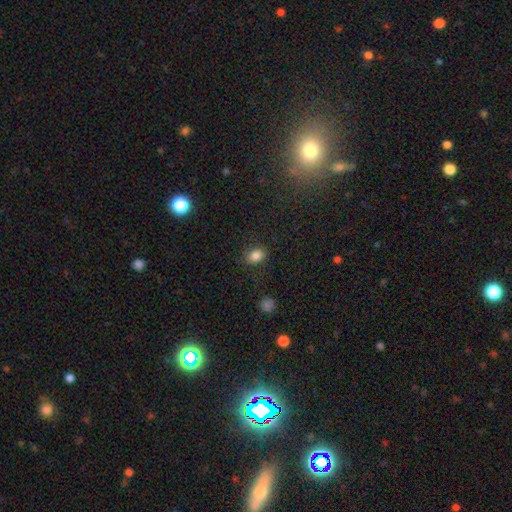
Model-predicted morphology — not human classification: This is clearly a smooth galaxy (83%). How rounded: likely in between (69%). Merging: clearly none (82%).